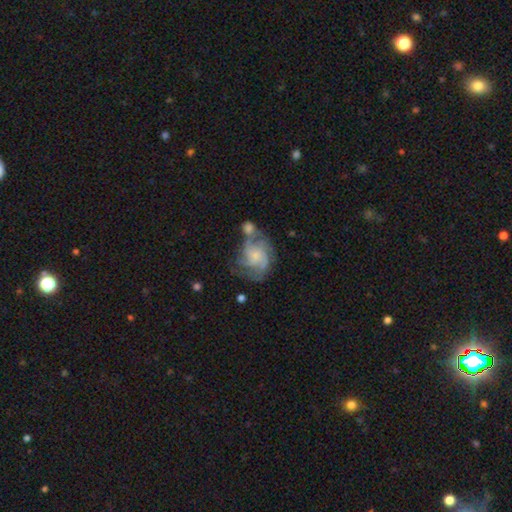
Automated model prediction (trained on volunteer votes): Smooth or featured: featured or disk — 80% (smooth — 14%)
Edge-on disk: no — 98% (yes — 2%)
Bar: no — 73% (weak — 24%)
Spiral arms: yes — 94% (no — 6%)
Spiral winding: tight — 44% (medium — 42%)
Spiral arm count: 3 — 34% (can't tell — 22%)
Bulge size: small — 66% (moderate — 23%)
Merging: none — 45% (minor disturbance — 20%)